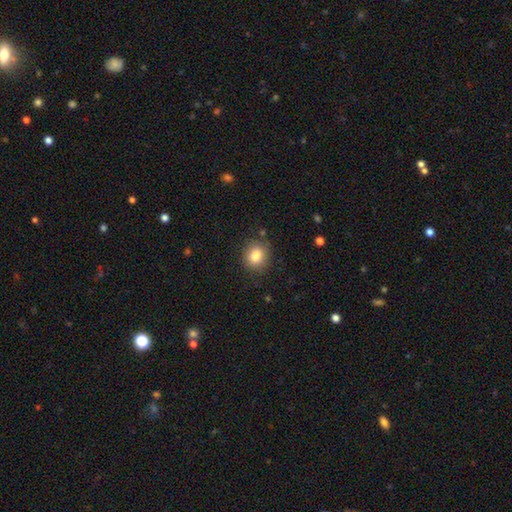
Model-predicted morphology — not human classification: Q: Smooth or featured?
A: smooth (83%); runner-up: star or artifact (10%)
Q: How rounded?
A: round (79%); runner-up: in between (20%)
Q: Merging?
A: none (86%); runner-up: minor disturbance (10%)